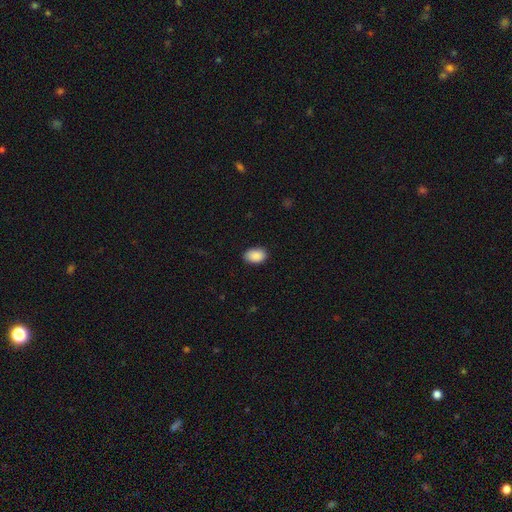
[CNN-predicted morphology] A smooth galaxy with no disk features (90%) that is in between round and cigar-shaped (89%). Merging: none (85%).